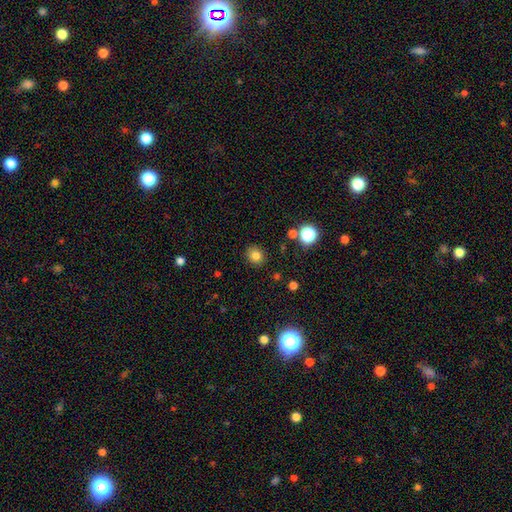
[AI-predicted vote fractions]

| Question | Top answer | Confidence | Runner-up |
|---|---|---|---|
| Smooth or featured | smooth | 81% | star or artifact (13%) |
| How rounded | round | 81% | in between (18%) |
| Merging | none | 88% | minor disturbance (7%) |